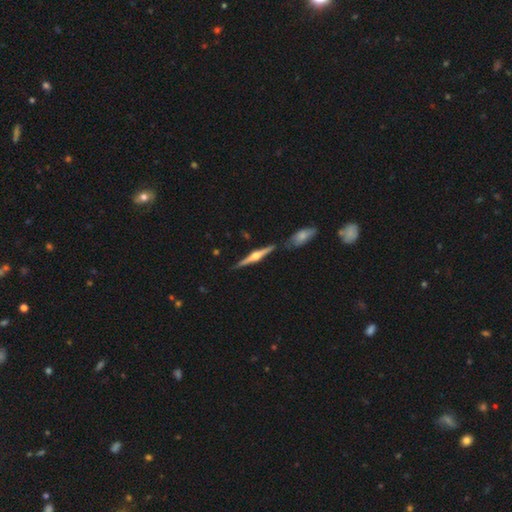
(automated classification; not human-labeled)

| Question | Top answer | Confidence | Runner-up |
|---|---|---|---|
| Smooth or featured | featured or disk | 81% | smooth (14%) |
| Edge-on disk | yes | 98% | no (2%) |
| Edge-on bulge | rounded | 94% | boxy (3%) |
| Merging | none | 82% | minor disturbance (9%) |